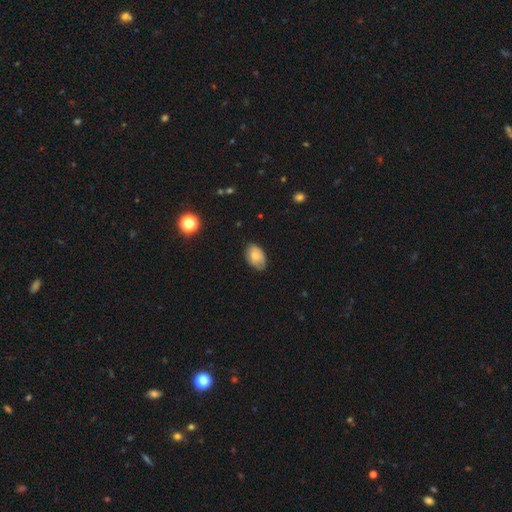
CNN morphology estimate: Smooth or featured? smooth (71%)
How rounded? in between (86%)
Merging? none (67%)